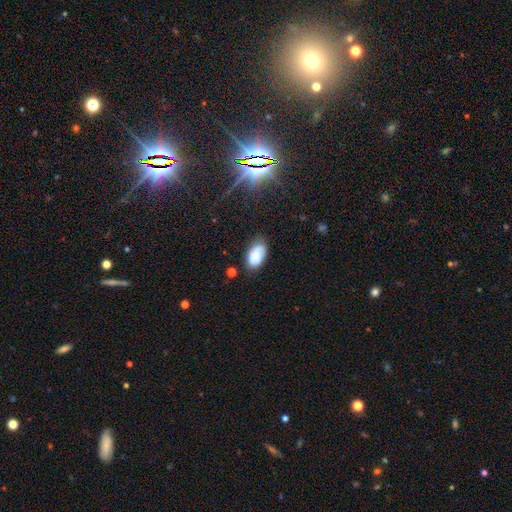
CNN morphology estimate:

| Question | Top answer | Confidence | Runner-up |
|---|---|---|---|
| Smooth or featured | smooth | 74% | featured or disk (17%) |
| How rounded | in between | 94% | round (4%) |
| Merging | none | 70% | minor disturbance (22%) |